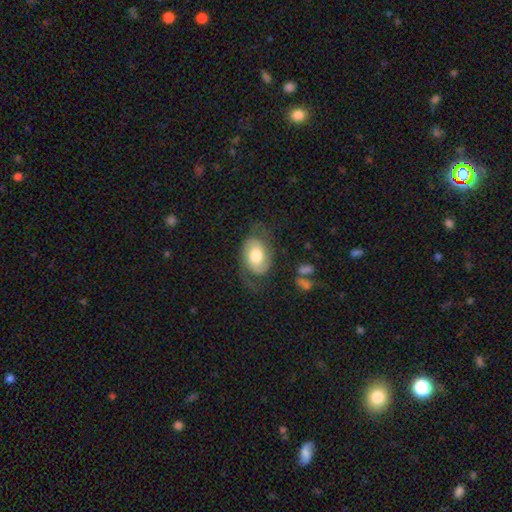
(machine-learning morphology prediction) type=featured or disk (60%); edge-on=no (96%); bar=no (70%); spiral arms=yes (86%); bulge=moderate (60%); merging=none (61%).